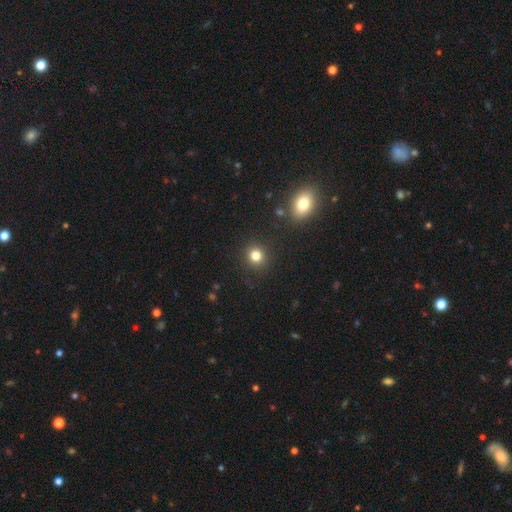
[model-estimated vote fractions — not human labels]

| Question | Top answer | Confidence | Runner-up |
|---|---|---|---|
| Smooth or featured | smooth | 80% | star or artifact (14%) |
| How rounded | round | 89% | in between (10%) |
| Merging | none | 89% | minor disturbance (6%) |